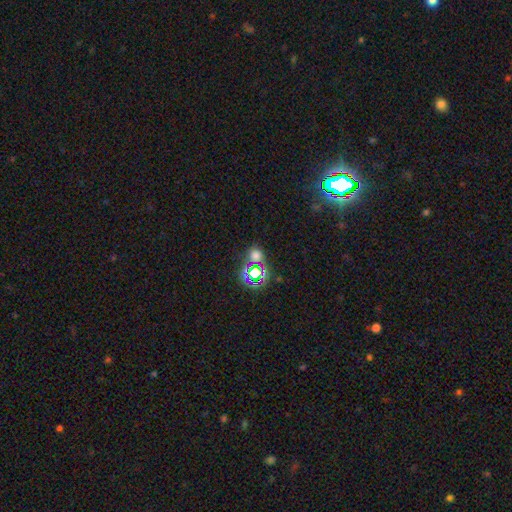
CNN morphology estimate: Smooth or featured: smooth — 47% (star or artifact — 45%)
Merging: none — 70% (merger — 15%)